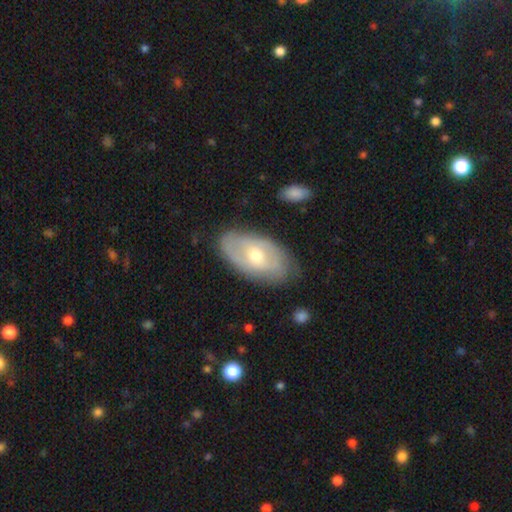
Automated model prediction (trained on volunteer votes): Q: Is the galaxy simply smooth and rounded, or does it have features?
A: featured or disk — 59%.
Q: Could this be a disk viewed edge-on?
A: no — 89%.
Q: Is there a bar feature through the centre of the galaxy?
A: no — 51%.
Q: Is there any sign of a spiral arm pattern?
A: yes — 53%.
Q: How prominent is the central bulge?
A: moderate — 67%.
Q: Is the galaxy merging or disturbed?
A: none — 79%.